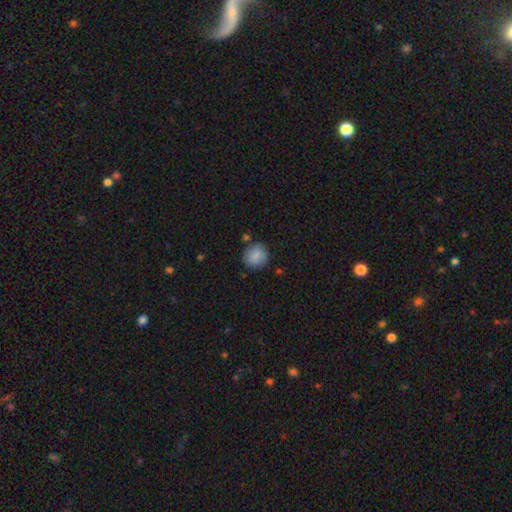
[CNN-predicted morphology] smooth 82%, featured or disk 10%, star or artifact 8%. Down the decision tree: how rounded — round (86%); merging — none (77%).